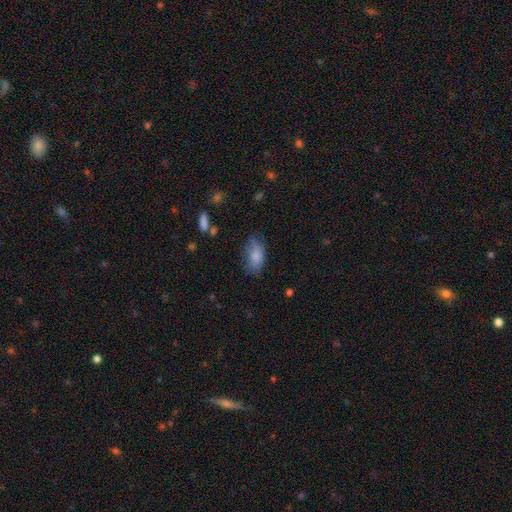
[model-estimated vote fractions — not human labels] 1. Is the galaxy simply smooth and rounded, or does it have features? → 81% smooth, 12% featured or disk, 7% star or artifact.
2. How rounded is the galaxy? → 91% in between, 5% round, 4% cigar-shaped.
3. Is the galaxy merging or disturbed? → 61% none, 28% minor disturbance, 9% major disturbance, 2% merger.